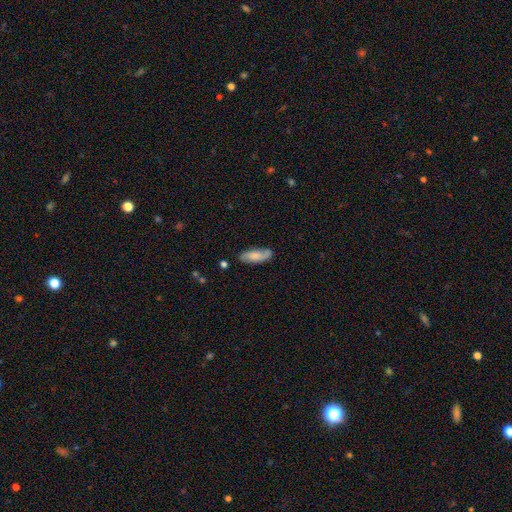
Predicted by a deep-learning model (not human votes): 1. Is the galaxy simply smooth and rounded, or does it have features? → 56% smooth, 37% featured or disk, 7% star or artifact.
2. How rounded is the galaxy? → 71% in between, 26% cigar-shaped, 2% round.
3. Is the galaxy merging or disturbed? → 75% none, 18% minor disturbance, 4% major disturbance, 3% merger.